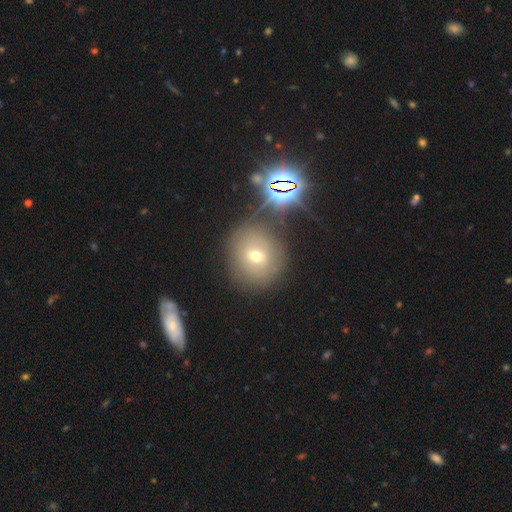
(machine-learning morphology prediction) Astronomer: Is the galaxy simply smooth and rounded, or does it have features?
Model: smooth — 60%.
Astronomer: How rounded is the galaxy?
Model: round — 82%.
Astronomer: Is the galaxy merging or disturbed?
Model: none — 75%.